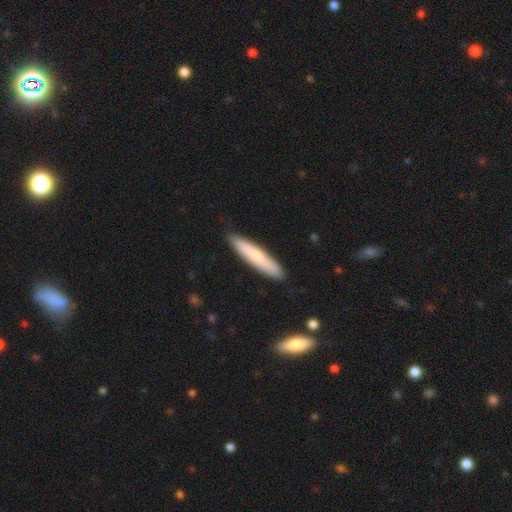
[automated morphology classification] A smooth galaxy with no disk features (70%) that is cigar-shaped (87%).

Vote fractions:
- Smooth or featured? smooth: 70% / featured or disk: 24% / star or artifact: 5%
- How rounded? cigar-shaped: 87% / in between: 12% / round: 1%
- Merging? none: 88% / minor disturbance: 9% / major disturbance: 2% / merger: 1%